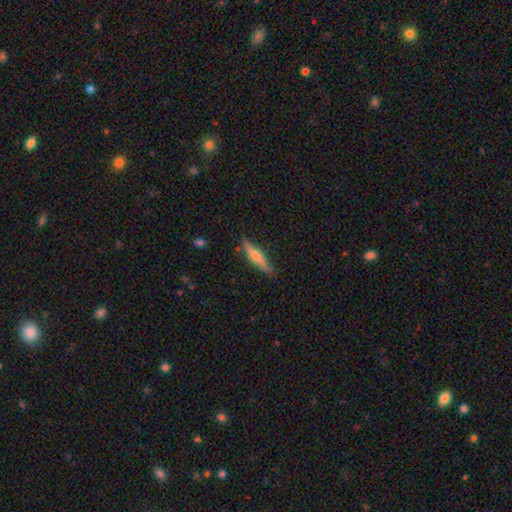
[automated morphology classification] smooth-or-featured: featured or disk: 48% | smooth: 46% | star or artifact: 6%
  merging: none: 85% | minor disturbance: 11% | major disturbance: 2% | merger: 1%